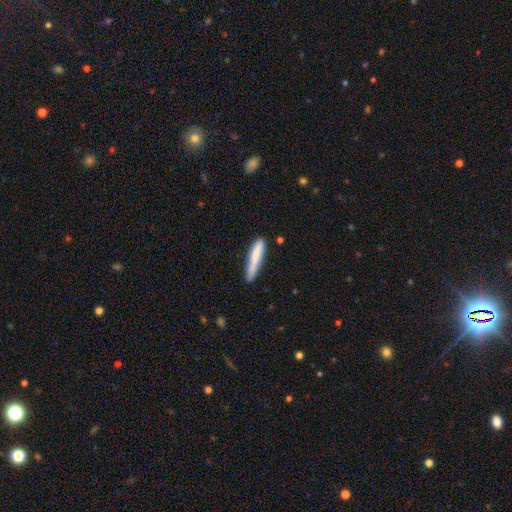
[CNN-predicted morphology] This is likely a smooth galaxy (79%). How rounded: clearly cigar-shaped (90%). Merging: likely none (73%).